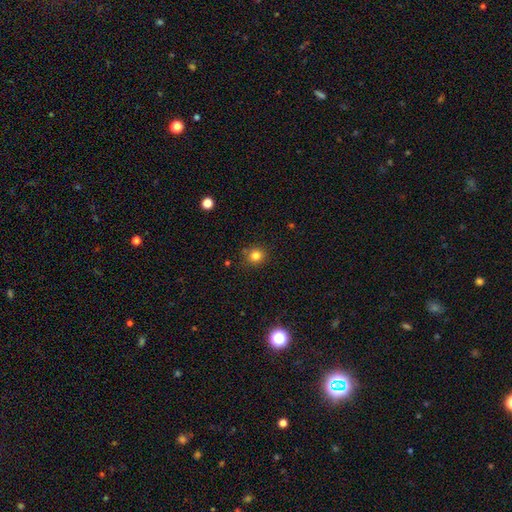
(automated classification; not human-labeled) Smooth or featured?
  - smooth: 81% *
  - star or artifact: 13%
  - featured or disk: 6%
How rounded?
  - round: 90% *
  - in between: 9%
  - cigar-shaped: 1%
Merging?
  - none: 85% *
  - minor disturbance: 9%
  - merger: 3%
  - major disturbance: 2%